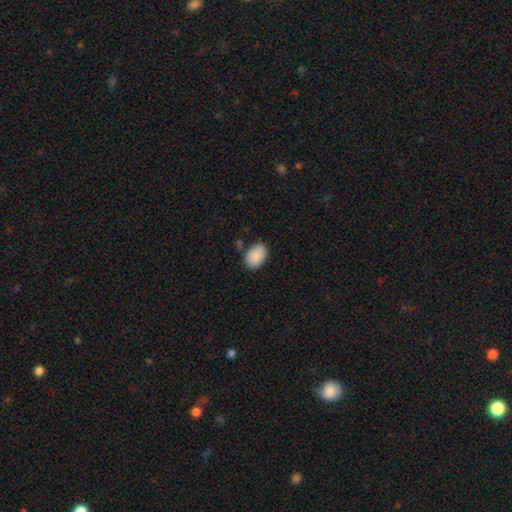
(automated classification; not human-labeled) Smooth or featured? smooth (90%)
How rounded? in between (85%)
Merging? none (80%)